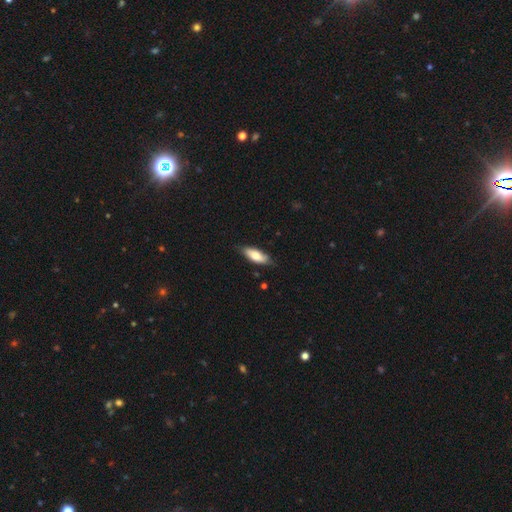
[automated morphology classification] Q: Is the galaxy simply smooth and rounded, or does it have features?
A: smooth — 76%.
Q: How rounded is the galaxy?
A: in between — 73%.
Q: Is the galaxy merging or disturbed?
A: none — 76%.